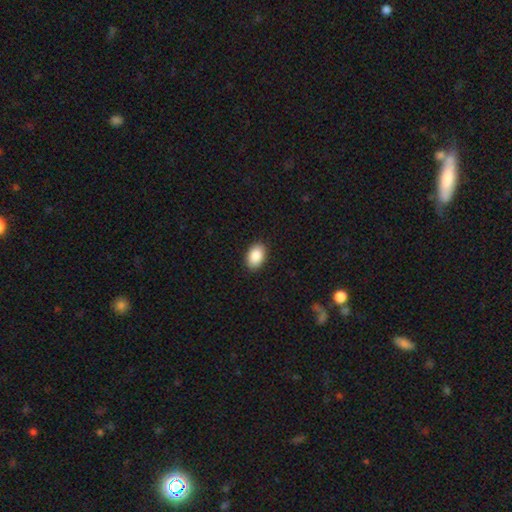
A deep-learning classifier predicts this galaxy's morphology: Smooth or featured?
  - smooth: 89% *
  - star or artifact: 6%
  - featured or disk: 4%
How rounded?
  - in between: 89% *
  - round: 10%
  - cigar-shaped: 1%
Merging?
  - none: 89% *
  - minor disturbance: 8%
  - major disturbance: 2%
  - merger: 1%